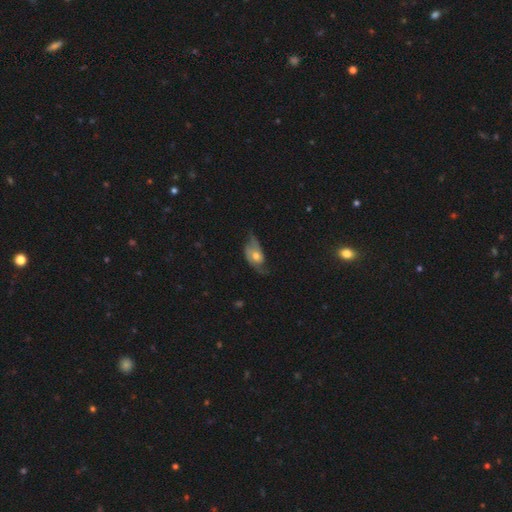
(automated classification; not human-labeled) A featured or disk galaxy (63%) with no bar (73%), spiral arms (83%) and a moderate central bulge (67%). Merging: none (47%).